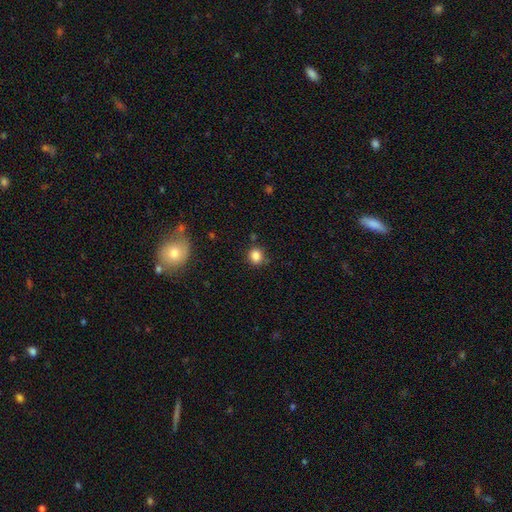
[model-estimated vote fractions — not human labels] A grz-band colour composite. It shows a smooth galaxy with no disk features (84%) that is round (75%). Merging: none (78%).